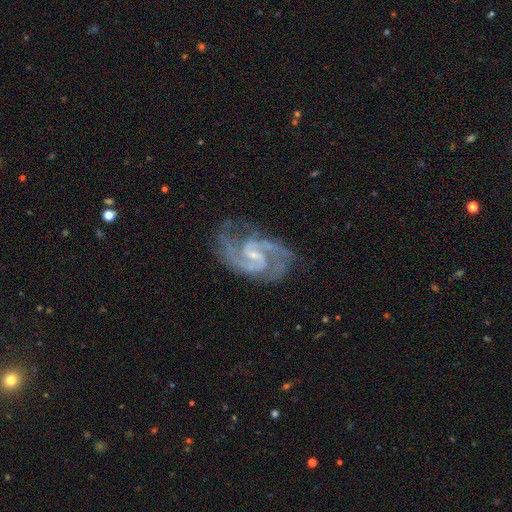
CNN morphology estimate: Smooth or featured? Predicted: featured or disk (p=0.91). Edge-on disk? Predicted: no (p=0.98). Bar? Predicted: weak (p=0.55). Spiral arms? Predicted: yes (p=0.98). Spiral winding? Predicted: medium (p=0.60). Spiral arm count? Predicted: 2 (p=0.81). Bulge size? Predicted: small (p=0.68). Merging? Predicted: none (p=0.74).